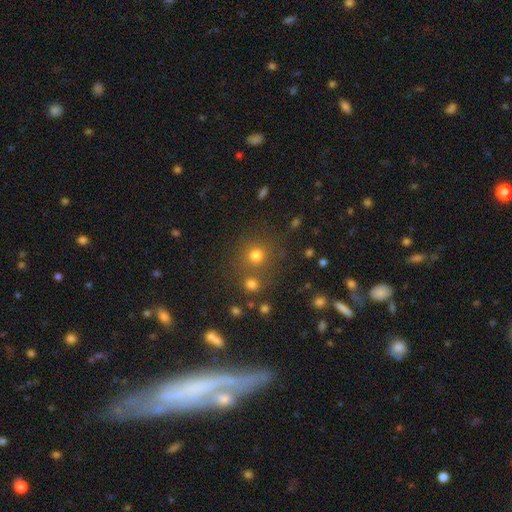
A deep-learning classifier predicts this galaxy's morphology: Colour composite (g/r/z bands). It shows a smooth galaxy with no disk features (75%) that is round (91%). Merging: none (72%).